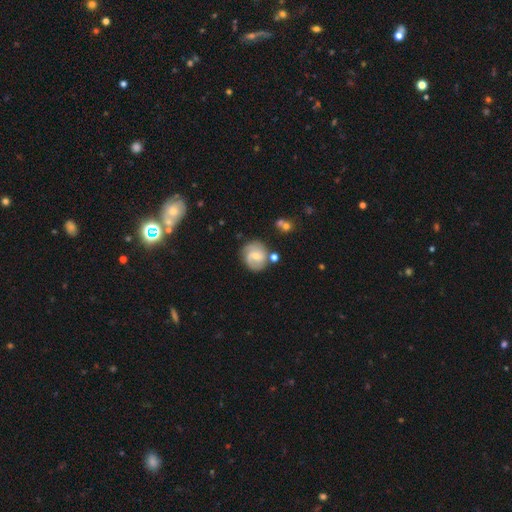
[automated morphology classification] The model was most divided on "spiral winding": medium: 44%, tight: 39%, loose: 17%. Remaining: edge-on disk — no (98%); spiral arms — yes (91%); merging — none (71%); smooth or featured — featured or disk (68%); spiral arm count — 2 (60%); bulge size — small (50%); bar — weak (50%).